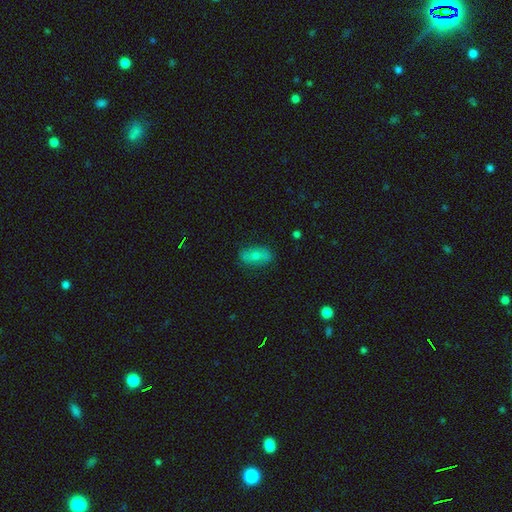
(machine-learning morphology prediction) Smooth or featured? Predicted: smooth (p=0.65). How rounded? Predicted: in between (p=0.89). Merging? Predicted: none (p=0.79).